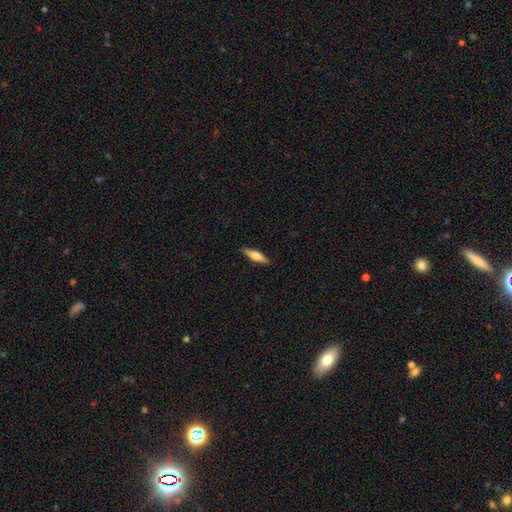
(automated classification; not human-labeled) A smooth galaxy with no disk features (56%) that is cigar-shaped (68%).

Vote fractions:
- Smooth or featured? smooth: 56% / featured or disk: 38% / star or artifact: 6%
- How rounded? cigar-shaped: 68% / in between: 30% / round: 2%
- Merging? none: 88% / minor disturbance: 9% / major disturbance: 2% / merger: 1%